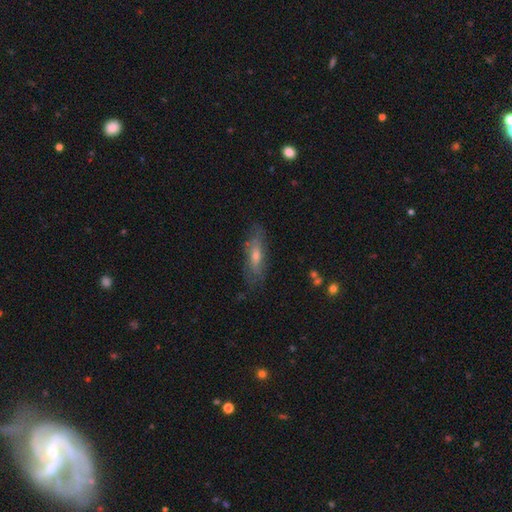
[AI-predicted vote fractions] Smooth or featured? Predicted: featured or disk (p=0.53). Edge-on disk? Predicted: no (p=0.63). Merging? Predicted: none (p=0.75).